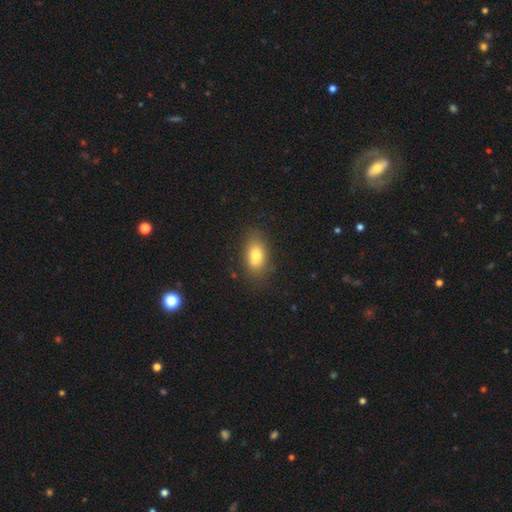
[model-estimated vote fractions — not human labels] This is likely a smooth galaxy (77%). How rounded: clearly in between (85%). Merging: likely none (77%).